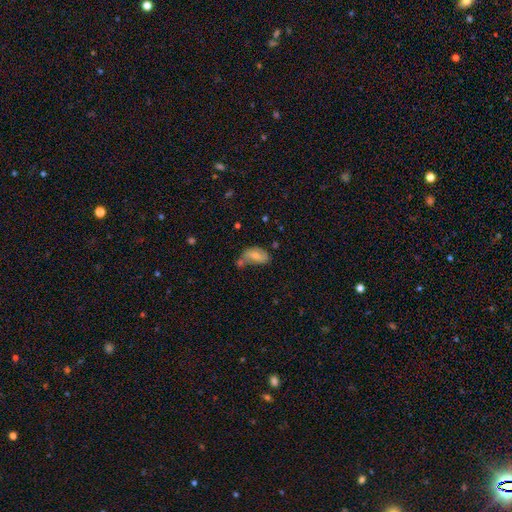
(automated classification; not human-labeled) The model was most divided on "merging": none: 34%, merger: 29%, minor disturbance: 24%, major disturbance: 13%. More confident: how rounded — in between (90%); smooth or featured — smooth (64%).